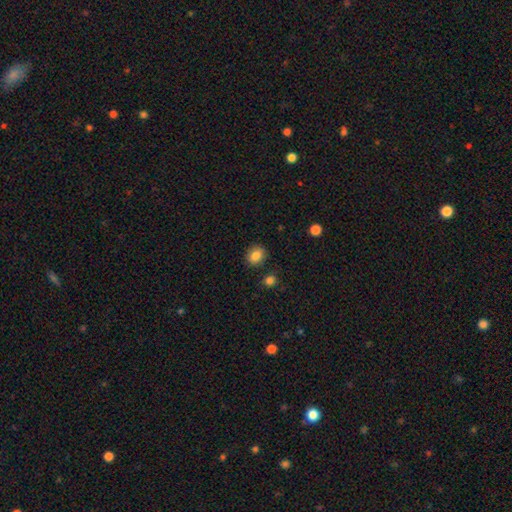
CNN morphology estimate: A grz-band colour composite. It shows a smooth galaxy with no disk features (85%) that is round (57%). Merging: none (86%).